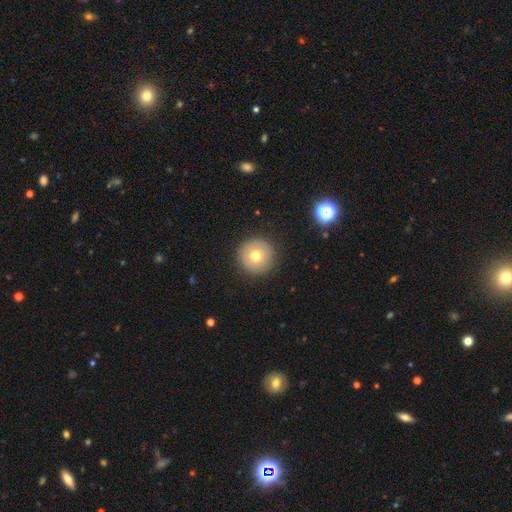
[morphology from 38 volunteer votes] A smooth galaxy with no disk features (74%) that is round (96%). Merging: none (88%).